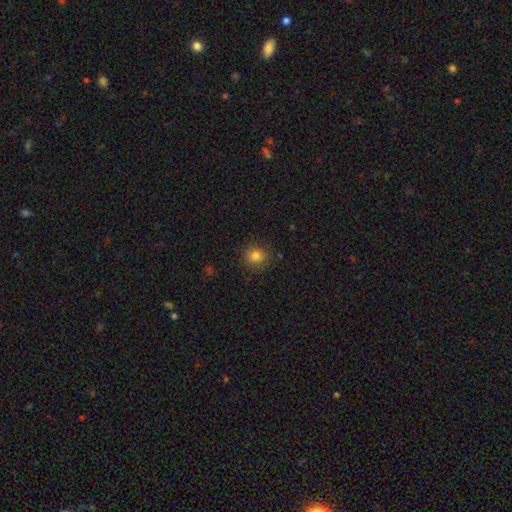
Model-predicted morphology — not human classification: This is clearly a smooth galaxy (81%). How rounded: clearly round (89%). Merging: clearly none (87%).